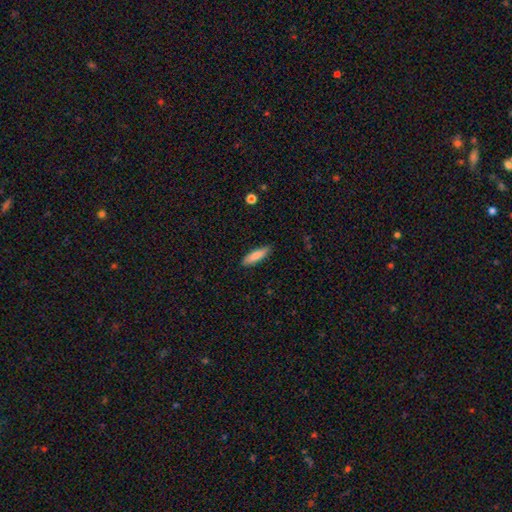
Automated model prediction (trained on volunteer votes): Smooth or featured?
  - smooth: 85% *
  - featured or disk: 9%
  - star or artifact: 6%
How rounded?
  - cigar-shaped: 63% *
  - in between: 35%
  - round: 1%
Merging?
  - none: 86% *
  - minor disturbance: 10%
  - major disturbance: 2%
  - merger: 1%